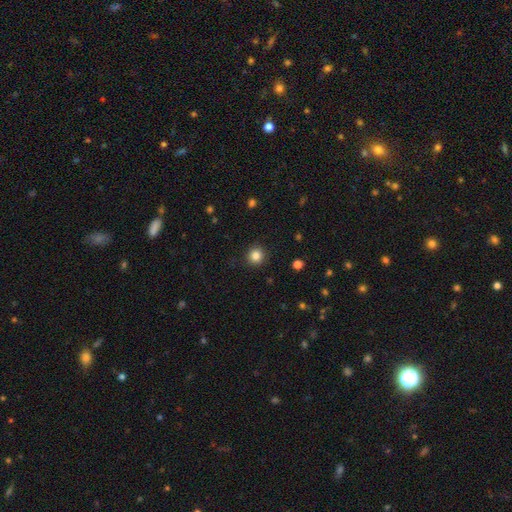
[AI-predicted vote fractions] Q: Smooth or featured?
A: smooth (84%); runner-up: star or artifact (12%)
Q: How rounded?
A: round (93%); runner-up: in between (6%)
Q: Merging?
A: none (91%); runner-up: minor disturbance (6%)